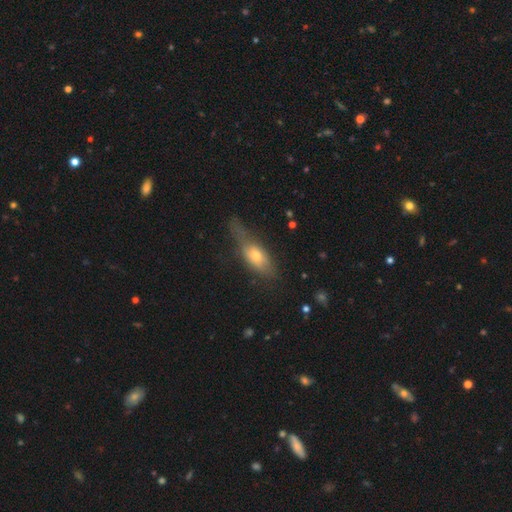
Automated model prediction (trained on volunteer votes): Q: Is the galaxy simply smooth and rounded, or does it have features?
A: smooth — 59%.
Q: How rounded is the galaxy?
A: in between — 65%.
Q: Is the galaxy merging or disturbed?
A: none — 41%.